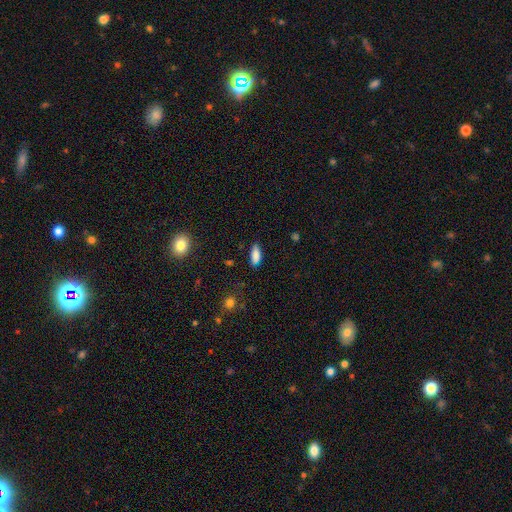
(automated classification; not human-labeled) smooth-or-featured: smooth: 85% | star or artifact: 8% | featured or disk: 7%
  how-rounded: in between: 77% | cigar-shaped: 21% | round: 2%
  merging: none: 77% | minor disturbance: 17% | major disturbance: 4% | merger: 2%